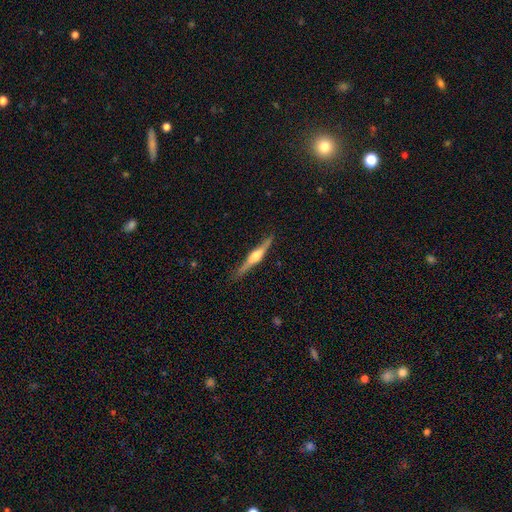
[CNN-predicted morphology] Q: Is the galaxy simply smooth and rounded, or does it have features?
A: featured or disk — 71%.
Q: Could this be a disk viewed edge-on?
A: yes — 98%.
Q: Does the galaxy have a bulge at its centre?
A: rounded — 86%.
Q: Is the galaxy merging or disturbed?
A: none — 86%.